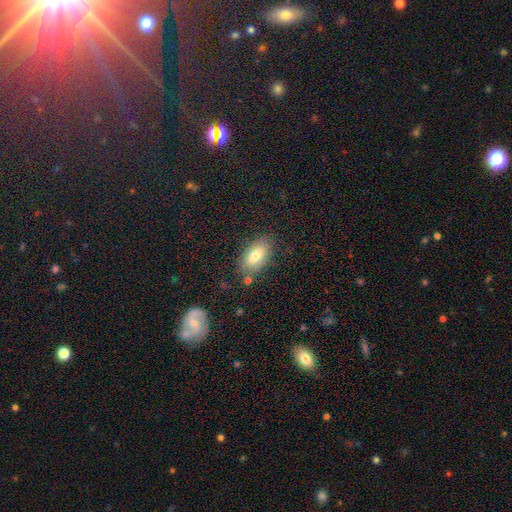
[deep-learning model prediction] smooth 72%, featured or disk 20%, star or artifact 8%. Down the decision tree: how rounded — in between (87%); merging — none (78%).